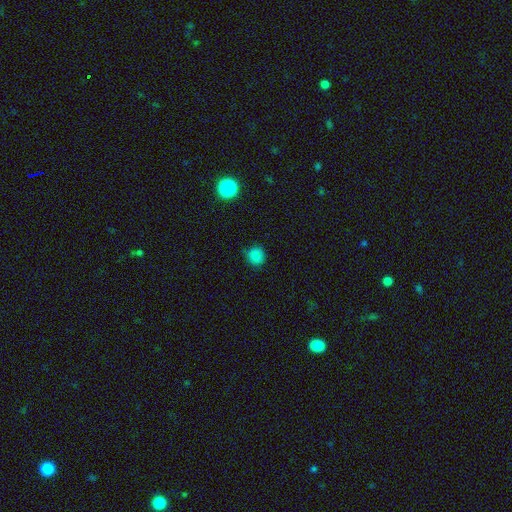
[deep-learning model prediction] smooth-or-featured: smooth: 81% | star or artifact: 15% | featured or disk: 4%
  how-rounded: round: 89% | in between: 10% | cigar-shaped: 1%
  merging: none: 82% | minor disturbance: 13% | major disturbance: 3% | merger: 1%